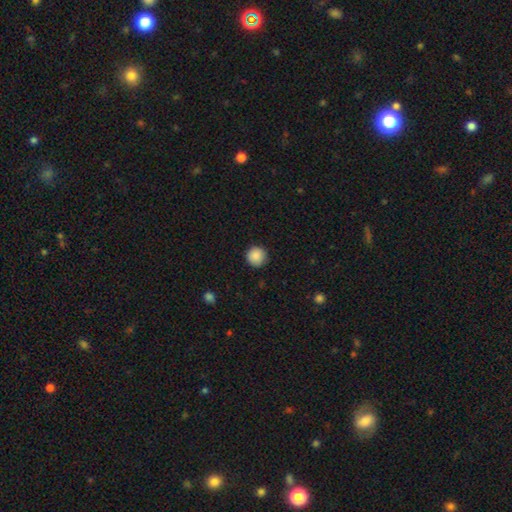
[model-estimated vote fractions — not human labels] This appears to be a smooth galaxy with no disk features (88%) that is round (95%). Merging: none (90%).